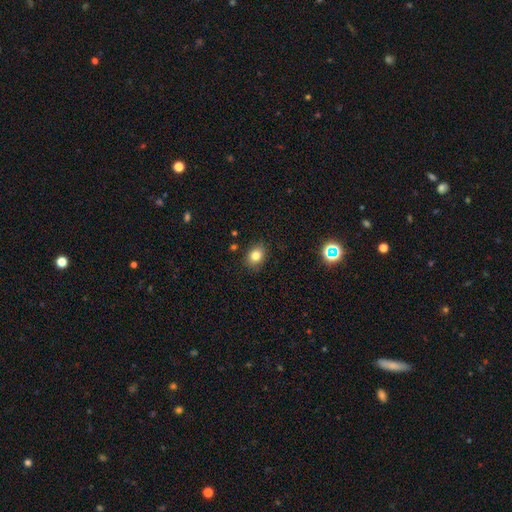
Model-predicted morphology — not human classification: type=smooth (81%); roundness=in between (55%); merging=none (85%).